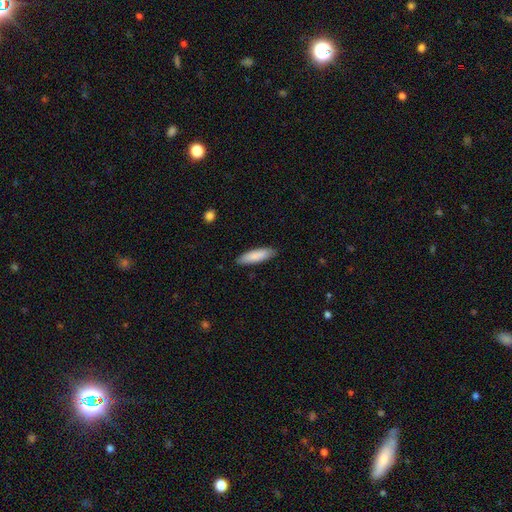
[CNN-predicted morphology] type=smooth (87%); roundness=cigar-shaped (59%); merging=none (88%).